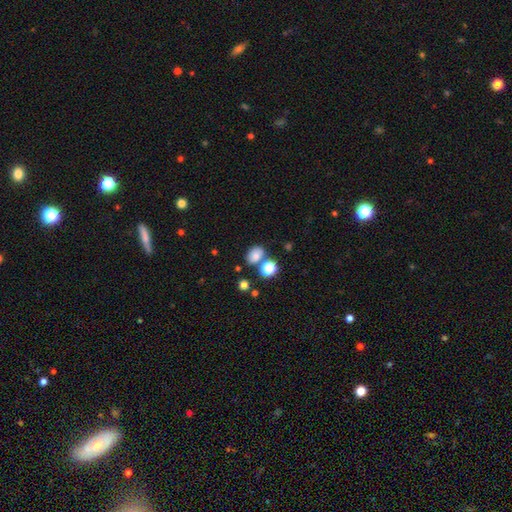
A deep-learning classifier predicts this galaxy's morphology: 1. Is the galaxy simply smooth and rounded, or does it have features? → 77% smooth, 14% star or artifact, 9% featured or disk.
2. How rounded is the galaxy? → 68% in between, 31% round, 1% cigar-shaped.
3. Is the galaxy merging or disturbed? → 60% none, 22% merger, 14% minor disturbance, 5% major disturbance.